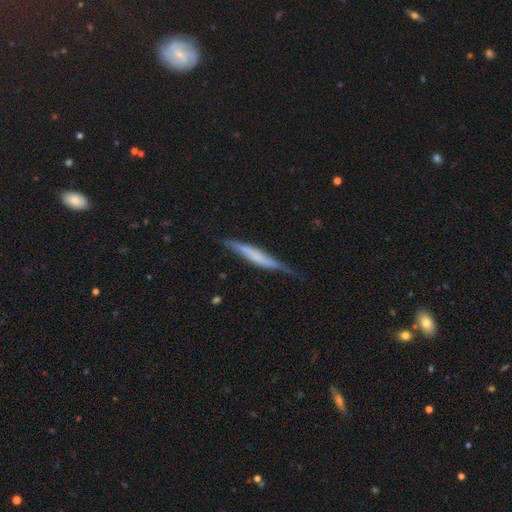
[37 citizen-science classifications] featured or disk 51%, smooth 46%, star or artifact 3%. Down the decision tree: edge-on disk — yes (89%); edge-on bulge — none (59%); merging — none (81%).